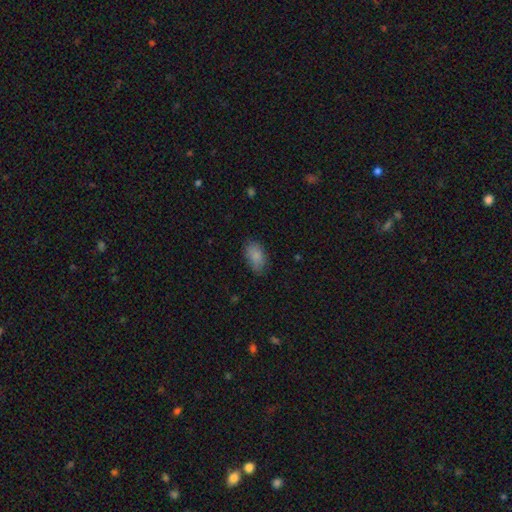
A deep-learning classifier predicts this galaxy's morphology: smooth-or-featured: smooth: 85% | star or artifact: 8% | featured or disk: 7%
  how-rounded: in between: 92% | round: 6% | cigar-shaped: 2%
  merging: none: 76% | minor disturbance: 19% | major disturbance: 4% | merger: 1%